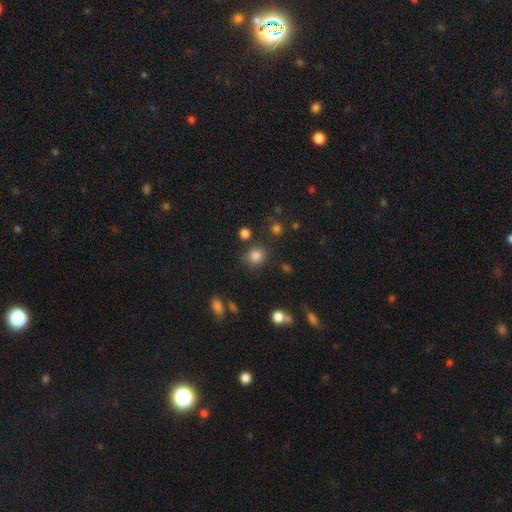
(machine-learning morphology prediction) Smooth or featured: smooth — 84% (star or artifact — 12%)
How rounded: round — 81% (in between — 18%)
Merging: none — 81% (minor disturbance — 11%)